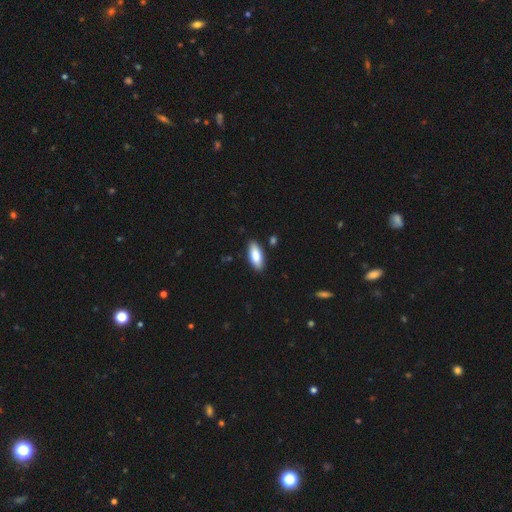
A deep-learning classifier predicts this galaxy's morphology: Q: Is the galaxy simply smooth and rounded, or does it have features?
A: smooth — 83%.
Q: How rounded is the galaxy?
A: in between — 79%.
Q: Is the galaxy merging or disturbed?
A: none — 88%.